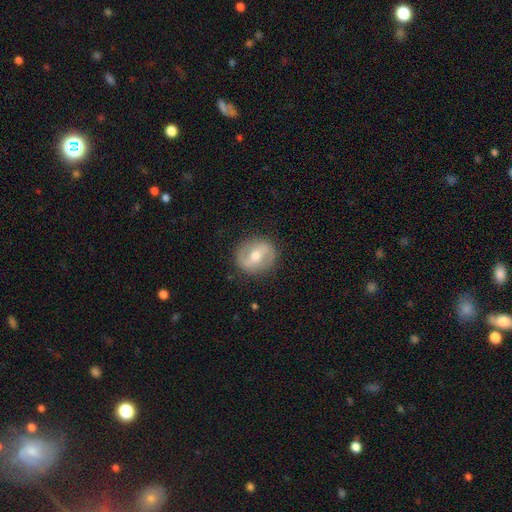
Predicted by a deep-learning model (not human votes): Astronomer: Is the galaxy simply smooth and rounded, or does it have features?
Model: featured or disk — 64%.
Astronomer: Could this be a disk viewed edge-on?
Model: no — 95%.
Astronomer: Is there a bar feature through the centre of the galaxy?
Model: strong — 42% (runner-up: weak, 39%).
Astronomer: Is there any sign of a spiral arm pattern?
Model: yes — 62% (runner-up: no, 38%).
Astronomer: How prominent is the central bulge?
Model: moderate — 70%.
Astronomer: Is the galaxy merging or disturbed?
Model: none — 85%.